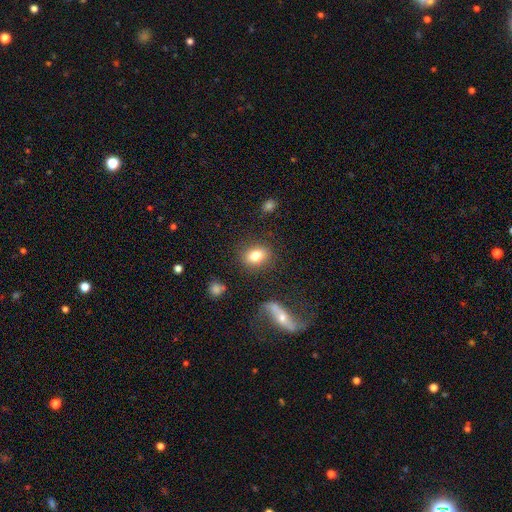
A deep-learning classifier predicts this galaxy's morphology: Q: Smooth or featured?
A: smooth (79%); runner-up: featured or disk (11%)
Q: How rounded?
A: in between (63%); runner-up: round (36%)
Q: Merging?
A: none (84%); runner-up: minor disturbance (10%)